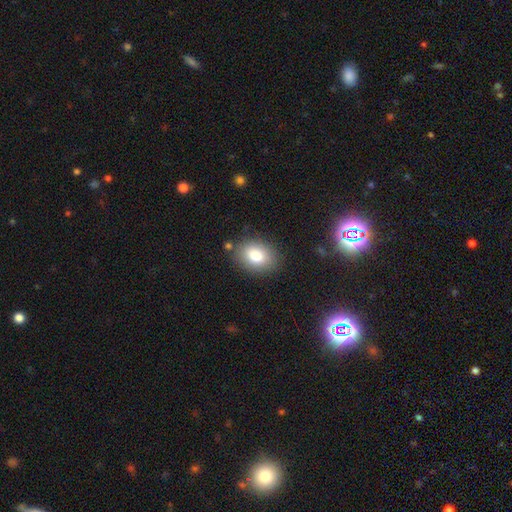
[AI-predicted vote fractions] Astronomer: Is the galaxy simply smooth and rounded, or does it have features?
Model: smooth — 82%.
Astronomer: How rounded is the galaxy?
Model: in between — 75%.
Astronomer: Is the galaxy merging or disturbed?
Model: none — 82%.